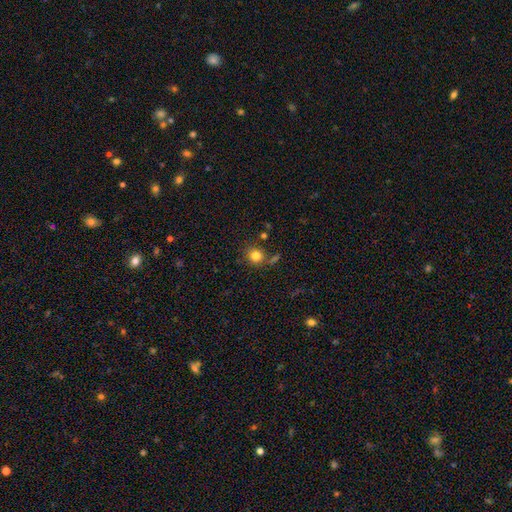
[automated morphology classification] A smooth galaxy with no disk features (81%) that is round (86%).

Vote fractions:
- Smooth or featured? smooth: 81% / star or artifact: 12% / featured or disk: 7%
- How rounded? round: 86% / in between: 13% / cigar-shaped: 1%
- Merging? none: 75% / minor disturbance: 11% / merger: 9% / major disturbance: 4%